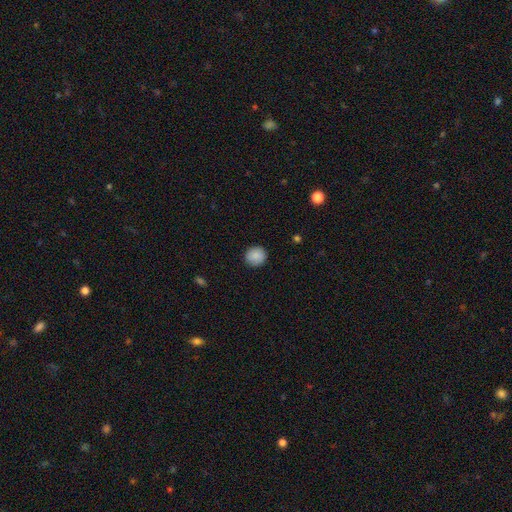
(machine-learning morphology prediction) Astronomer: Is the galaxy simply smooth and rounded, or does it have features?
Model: smooth — 88%.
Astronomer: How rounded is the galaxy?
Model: round — 87%.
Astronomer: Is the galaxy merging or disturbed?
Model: none — 89%.